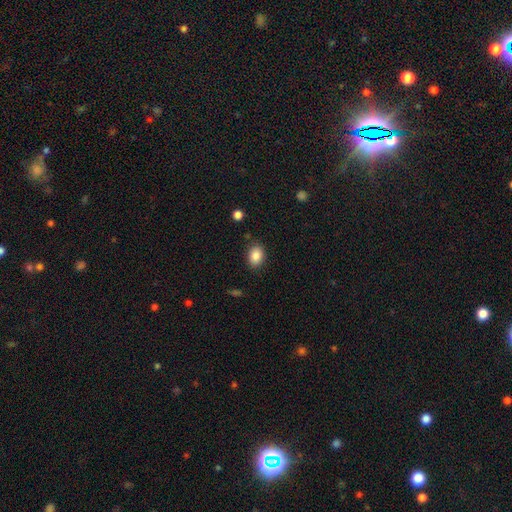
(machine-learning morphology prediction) smooth 86%, star or artifact 8%, featured or disk 5%. Down the decision tree: how rounded — in between (71%); merging — none (84%).